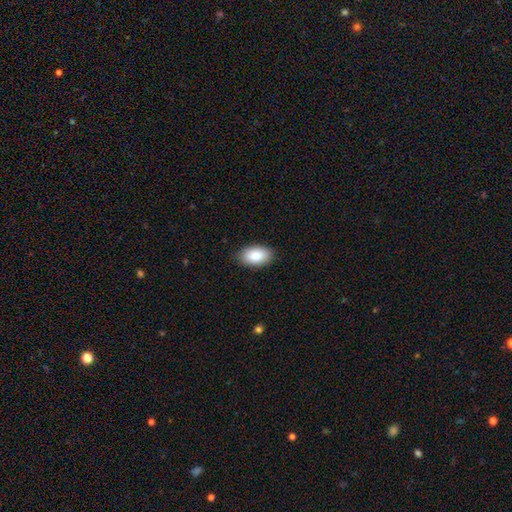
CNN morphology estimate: smooth_or_featured: smooth (p=0.87) [alt: featured or disk p=0.07]
how_rounded: in between (p=0.94) [alt: round p=0.04]
merging: none (p=0.87) [alt: minor disturbance p=0.10]